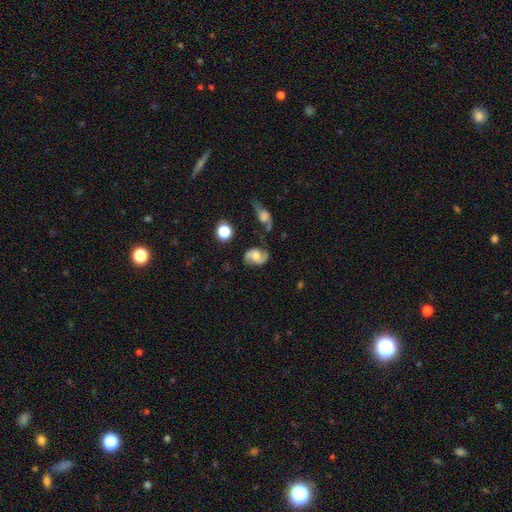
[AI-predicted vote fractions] Smooth or featured?
  - featured or disk: 74% *
  - smooth: 18%
  - star or artifact: 8%
Edge-on disk?
  - no: 97% *
  - yes: 3%
Bar?
  - no: 60% *
  - weak: 33%
  - strong: 7%
Spiral arms?
  - yes: 93% *
  - no: 7%
Spiral winding?
  - medium: 42% * (tied)
  - loose: 42% * (tied)
  - tight: 15%
Spiral arm count?
  - 2: 91% *
  - can't tell: 4%
  - 1: 2%
  - 3: 1%
  - 4: 1%
  - more than 4: 1%
Bulge size?
  - moderate: 61% *
  - small: 17%
  - large: 15%
  - none: 5%
  - dominant: 2%
Merging?
  - none: 71% *
  - minor disturbance: 17%
  - major disturbance: 7%
  - merger: 5%